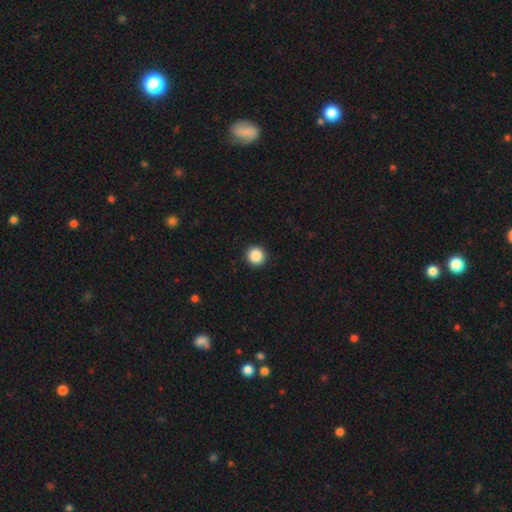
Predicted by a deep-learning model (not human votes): Overall: smooth (88%). How rounded: round (93%). Merging: none (93%).